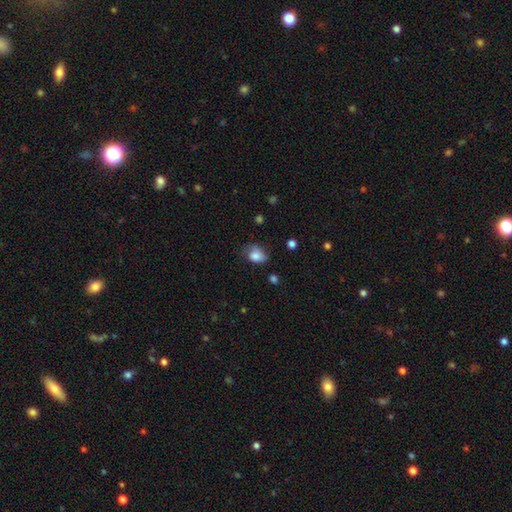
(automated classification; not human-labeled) This appears to be a smooth galaxy with no disk features (80%) that is in between round and cigar-shaped (70%). Merging: none (46%).